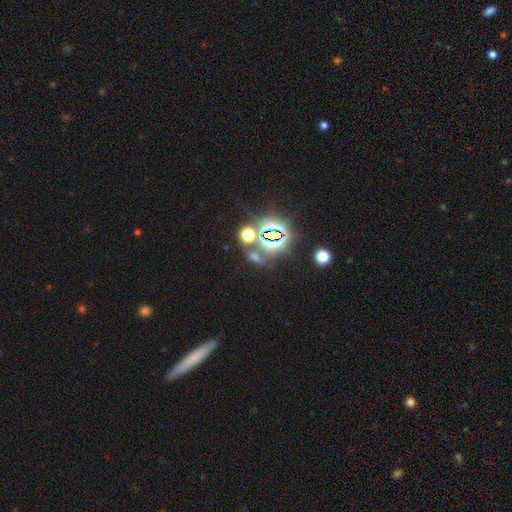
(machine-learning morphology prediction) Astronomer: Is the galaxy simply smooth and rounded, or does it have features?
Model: star or artifact — 70%.